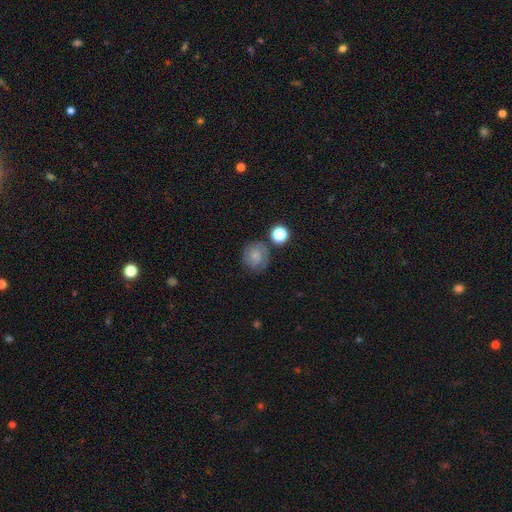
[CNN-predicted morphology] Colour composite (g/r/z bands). It shows a smooth galaxy with no disk features (61%) that is round (84%). Merging: none (66%).